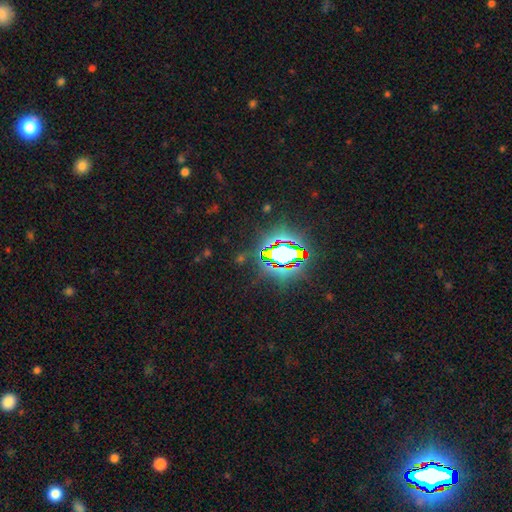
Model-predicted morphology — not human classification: A star or artifact, not a galaxy (81%).

Vote fractions:
- Smooth or featured? star or artifact: 81% / smooth: 11% / featured or disk: 8%